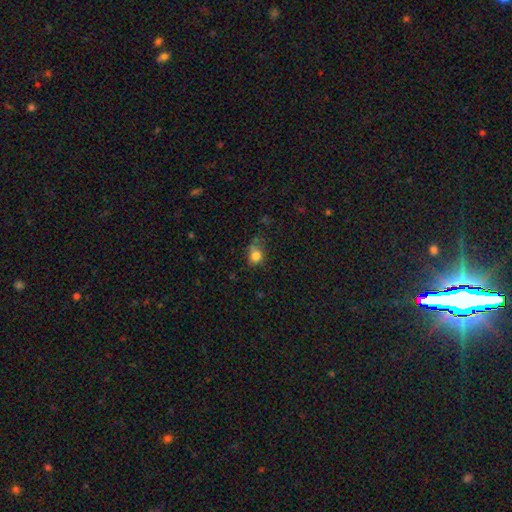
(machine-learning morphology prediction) This appears to be a smooth galaxy with no disk features (80%) that is round (65%). Merging: none (46%).